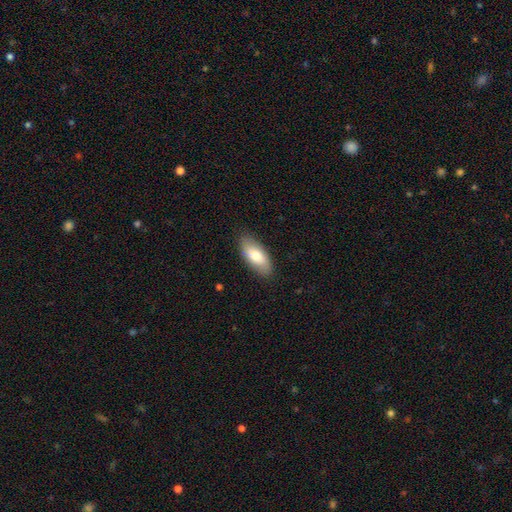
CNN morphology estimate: Smooth or featured? smooth (77%)
How rounded? in between (87%)
Merging? none (86%)